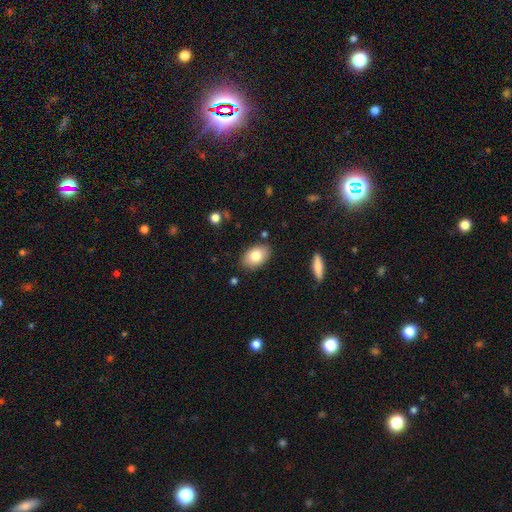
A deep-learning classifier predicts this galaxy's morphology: smooth-or-featured: smooth: 80% | featured or disk: 13% | star or artifact: 7%
  how-rounded: in between: 89% | round: 10% | cigar-shaped: 1%
  merging: none: 85% | minor disturbance: 10% | major disturbance: 2% | merger: 2%